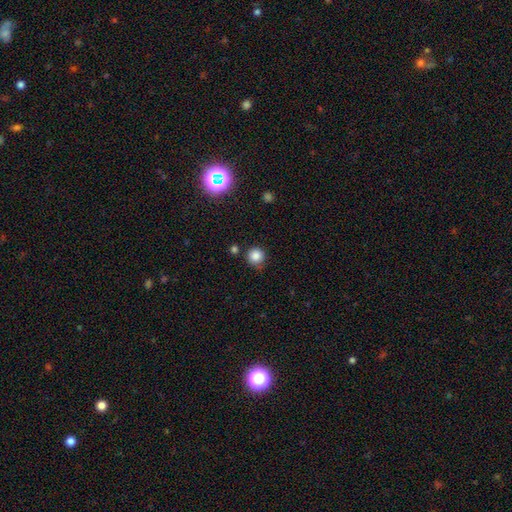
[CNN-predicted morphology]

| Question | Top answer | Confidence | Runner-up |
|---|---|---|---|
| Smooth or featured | smooth | 84% | star or artifact (12%) |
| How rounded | round | 94% | in between (5%) |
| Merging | none | 78% | minor disturbance (14%) |